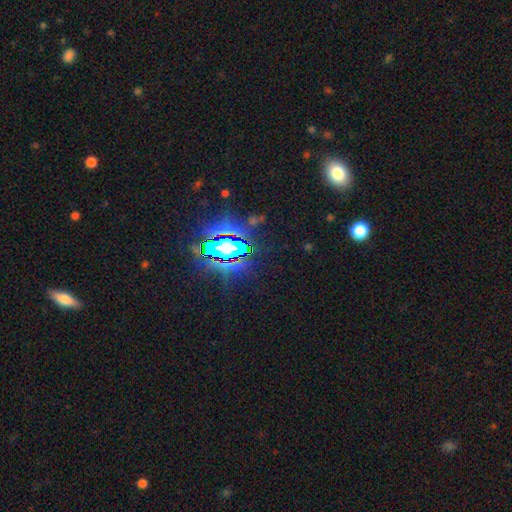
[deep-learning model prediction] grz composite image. It shows a star or artifact, not a galaxy (79%).